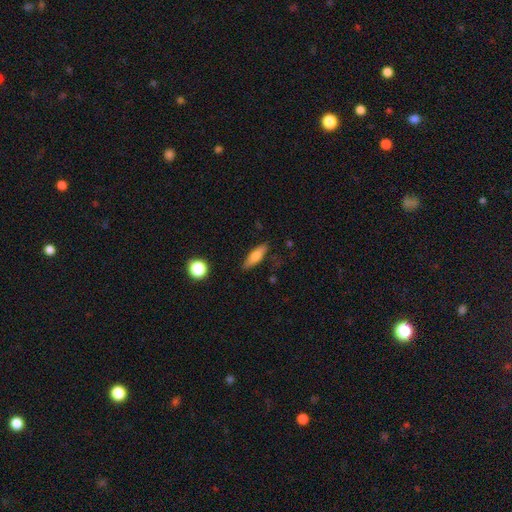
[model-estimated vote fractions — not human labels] A smooth galaxy with no disk features (69%) that is cigar-shaped (52%).

Vote fractions:
- Smooth or featured? smooth: 69% / featured or disk: 24% / star or artifact: 7%
- How rounded? cigar-shaped: 52% / in between: 45% / round: 3%
- Merging? none: 85% / minor disturbance: 11% / major disturbance: 3% / merger: 2%